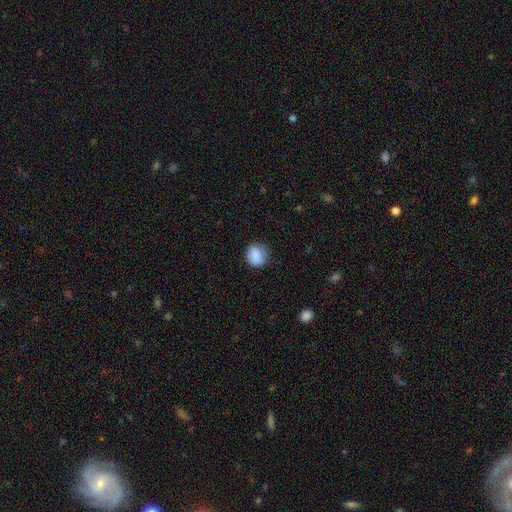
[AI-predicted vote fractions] Smooth or featured?
  - smooth: 87% *
  - star or artifact: 8%
  - featured or disk: 5%
How rounded?
  - round: 78% *
  - in between: 21%
  - cigar-shaped: 1%
Merging?
  - none: 76% *
  - minor disturbance: 18%
  - major disturbance: 4%
  - merger: 1%